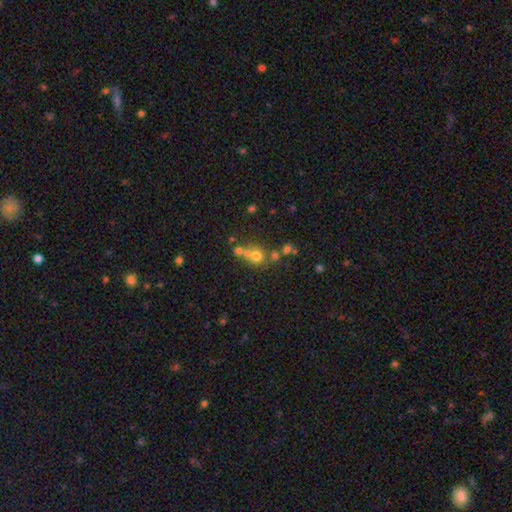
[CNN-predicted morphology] Smooth or featured? Predicted: smooth (p=0.65). How rounded? Predicted: round (p=0.86). Merging? Predicted: none (p=0.48).